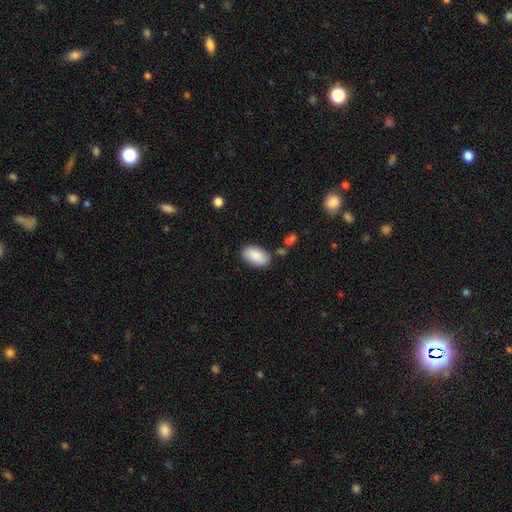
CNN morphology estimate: Smooth or featured?
  - smooth: 89% *
  - star or artifact: 6%
  - featured or disk: 5%
How rounded?
  - in between: 95% *
  - round: 3%
  - cigar-shaped: 2%
Merging?
  - none: 82% *
  - minor disturbance: 12%
  - merger: 3%
  - major disturbance: 3%